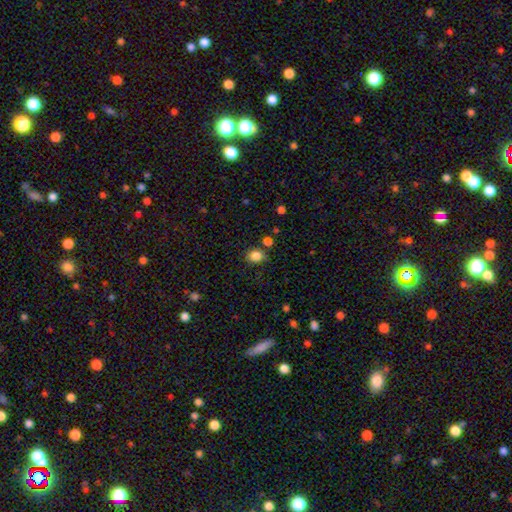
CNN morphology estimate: The model was most divided on "how rounded": round: 57%, in between: 42%, cigar-shaped: 1%. More confident: smooth or featured — smooth (85%); merging — none (73%).